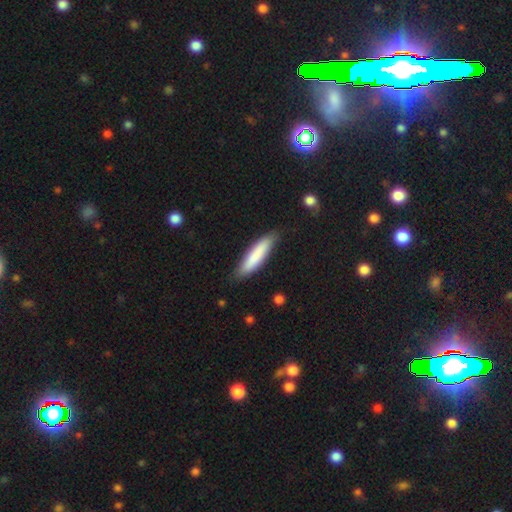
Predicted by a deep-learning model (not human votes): A smooth galaxy with no disk features (81%) that is cigar-shaped (78%). Merging: none (82%).